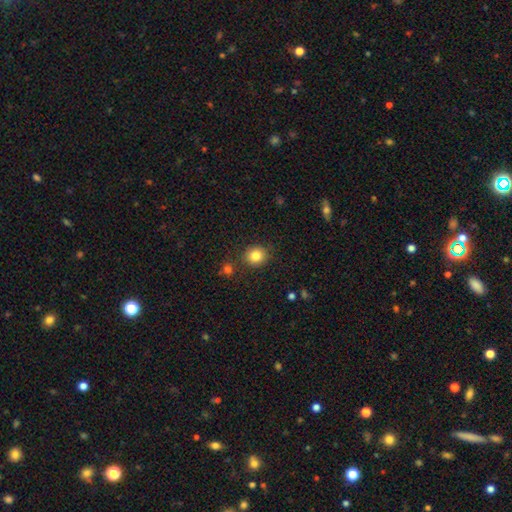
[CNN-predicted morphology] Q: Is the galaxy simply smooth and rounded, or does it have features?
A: smooth — 83%.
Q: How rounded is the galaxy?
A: round — 85%.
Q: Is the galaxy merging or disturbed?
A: none — 84%.